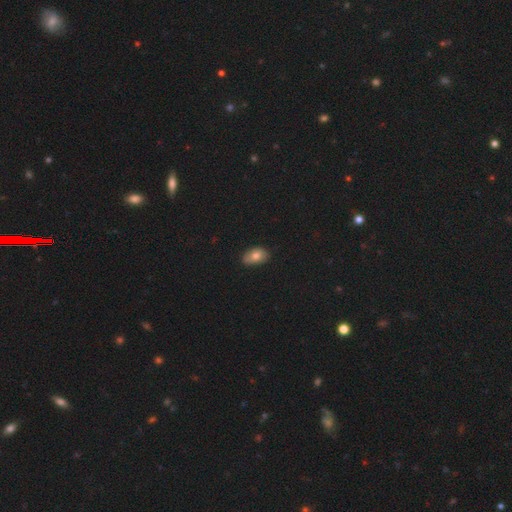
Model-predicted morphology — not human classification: smooth_or_featured: smooth (p=0.77) [alt: featured or disk p=0.13]
how_rounded: in between (p=0.89) [alt: round p=0.09]
merging: none (p=0.80) [alt: minor disturbance p=0.16]